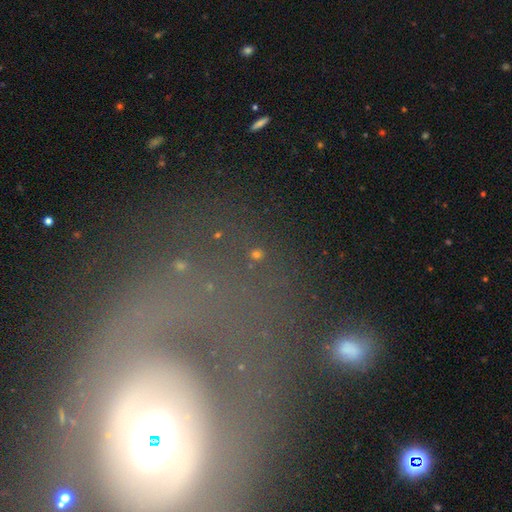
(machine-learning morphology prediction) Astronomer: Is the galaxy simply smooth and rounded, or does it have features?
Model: featured or disk — 48% (runner-up: star or artifact, 26%).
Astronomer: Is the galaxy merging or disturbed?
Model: none — 55%.